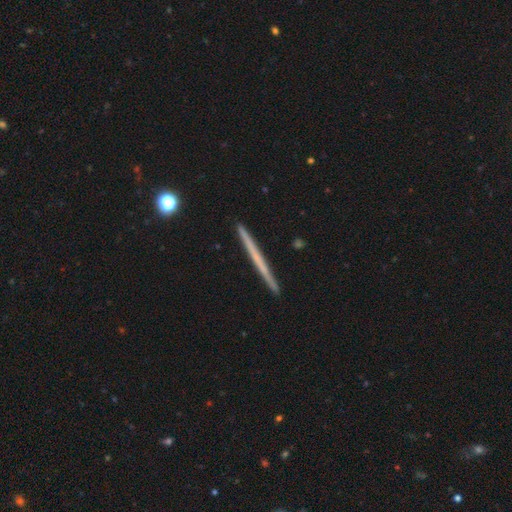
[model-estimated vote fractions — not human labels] Smooth or featured? Predicted: featured or disk (p=0.54). Edge-on disk? Predicted: yes (p=0.98). Edge-on bulge? Predicted: none (p=0.92). Merging? Predicted: none (p=0.93).